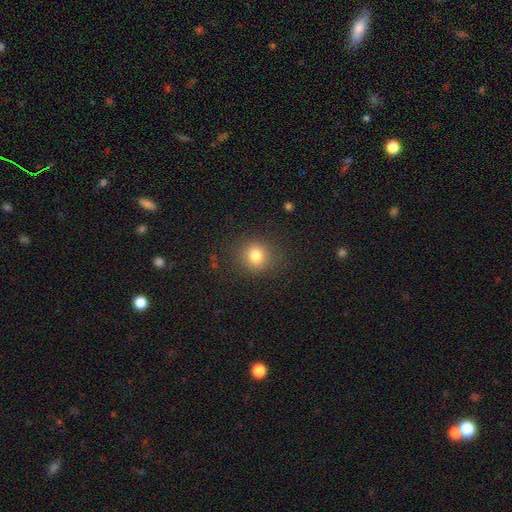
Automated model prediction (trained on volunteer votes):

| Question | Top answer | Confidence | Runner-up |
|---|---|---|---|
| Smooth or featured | smooth | 79% | star or artifact (13%) |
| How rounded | round | 89% | in between (10%) |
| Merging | none | 88% | minor disturbance (8%) |